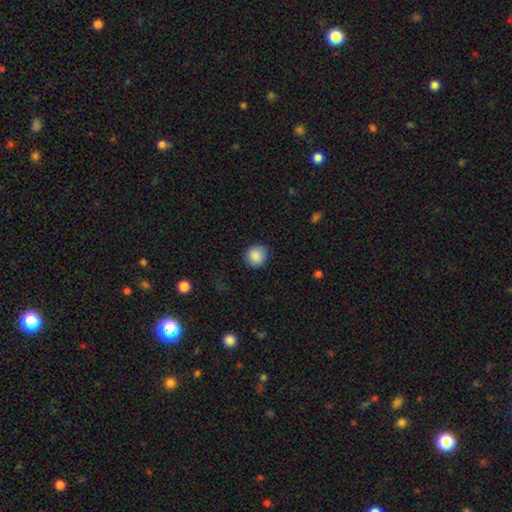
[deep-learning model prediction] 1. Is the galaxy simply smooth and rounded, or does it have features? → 89% smooth, 8% star or artifact, 3% featured or disk.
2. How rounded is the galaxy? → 89% round, 10% in between, 1% cigar-shaped.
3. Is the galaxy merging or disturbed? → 88% none, 9% minor disturbance, 2% major disturbance, 1% merger.